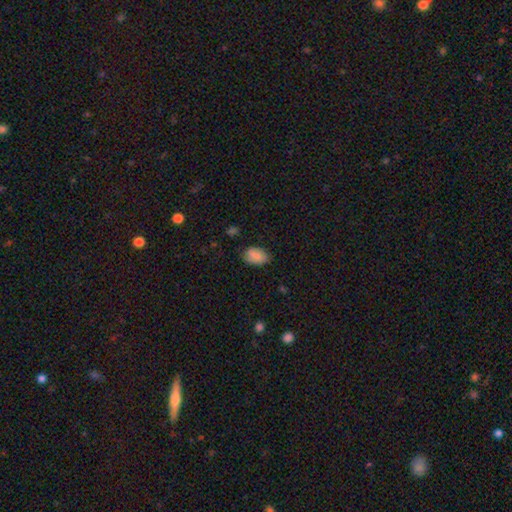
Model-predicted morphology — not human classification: Smooth or featured? Predicted: smooth (p=0.86). How rounded? Predicted: in between (p=0.89). Merging? Predicted: none (p=0.75).